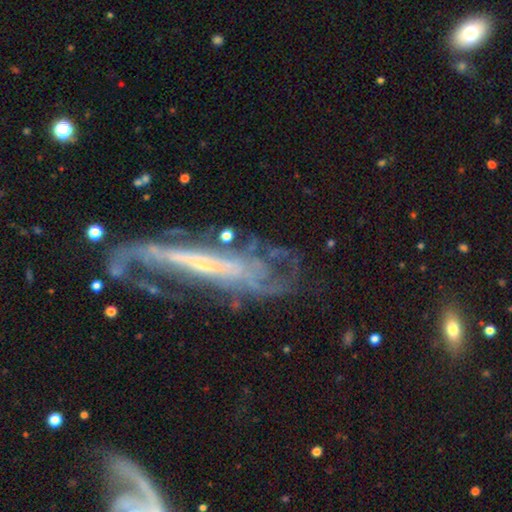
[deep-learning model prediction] This appears to be a featured or disk galaxy (81%) with a strong bar (36%), spiral arms (84%) and a small central bulge (57%). Merging: none (50%).